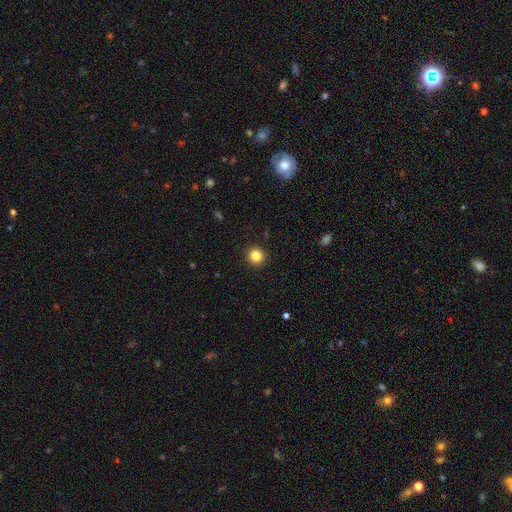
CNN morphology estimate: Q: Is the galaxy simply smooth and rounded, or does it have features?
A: smooth — 84%.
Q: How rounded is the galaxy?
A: round — 93%.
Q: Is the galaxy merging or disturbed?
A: none — 92%.